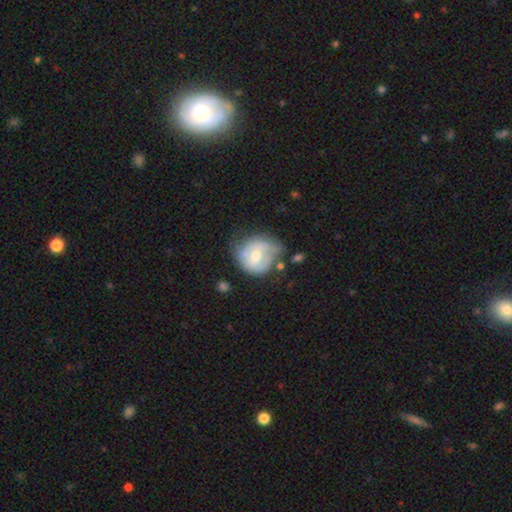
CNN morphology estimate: Q: Smooth or featured?
A: smooth (48%); runner-up: featured or disk (45%)
Q: Merging?
A: none (41%); runner-up: minor disturbance (33%)